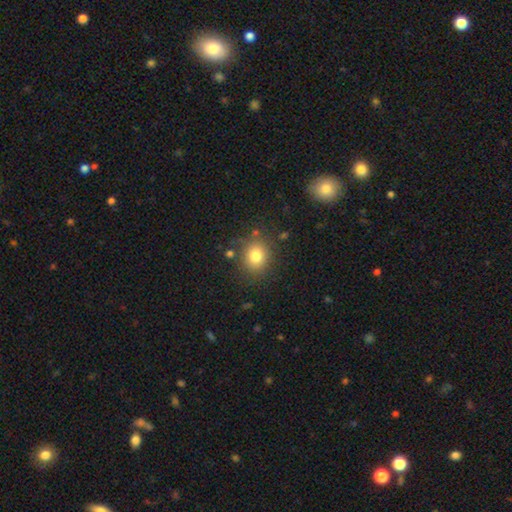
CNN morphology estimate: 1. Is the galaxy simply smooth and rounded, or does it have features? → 79% smooth, 12% star or artifact, 9% featured or disk.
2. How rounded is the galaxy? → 73% round, 27% in between, 1% cigar-shaped.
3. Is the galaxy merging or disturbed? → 81% none, 11% minor disturbance, 4% major disturbance, 4% merger.